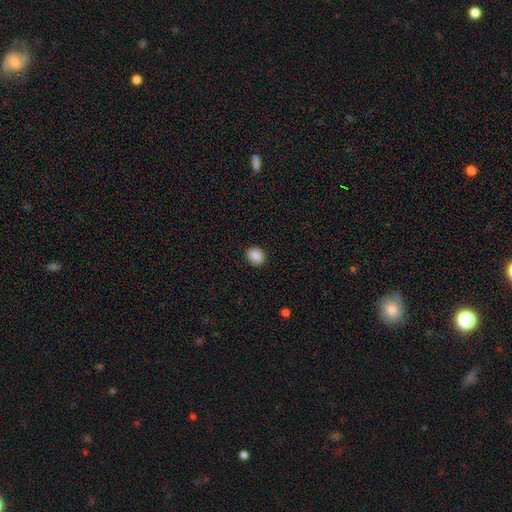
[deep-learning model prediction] Morphology: type=smooth (87%); roundness=round (77%); merging=none (91%).